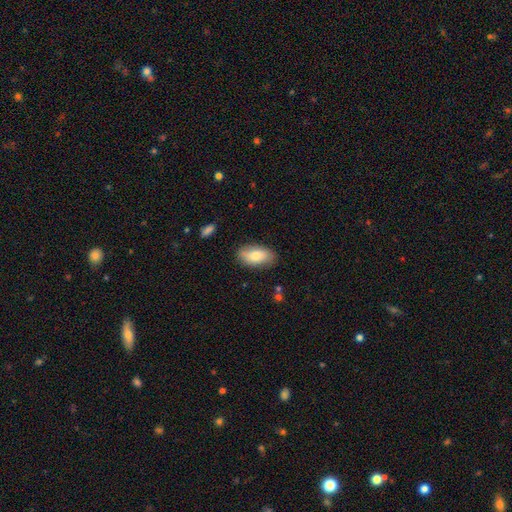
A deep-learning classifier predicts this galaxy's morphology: A smooth galaxy with no disk features (78%) that is in between round and cigar-shaped (92%). Merging: none (83%).